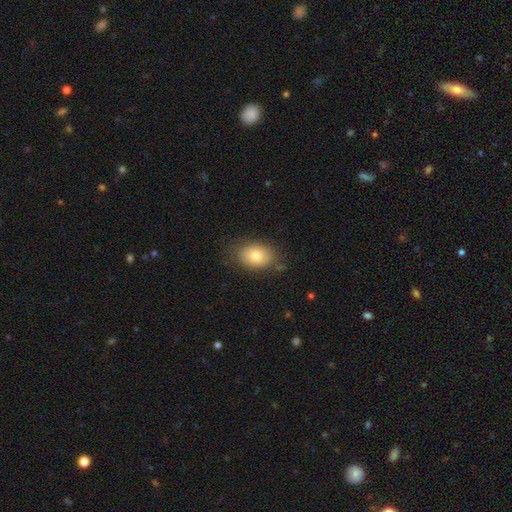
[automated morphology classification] smooth_or_featured: smooth (p=0.78) [alt: featured or disk p=0.14]
how_rounded: in between (p=0.81) [alt: round p=0.17]
merging: none (p=0.79) [alt: minor disturbance p=0.15]